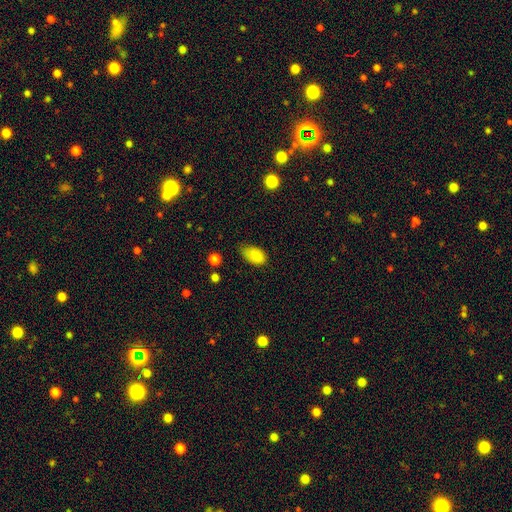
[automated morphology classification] smooth-or-featured: smooth: 86% | star or artifact: 8% | featured or disk: 5%
  how-rounded: in between: 91% | round: 8% | cigar-shaped: 2%
  merging: none: 56% | minor disturbance: 35% | major disturbance: 7% | merger: 2%